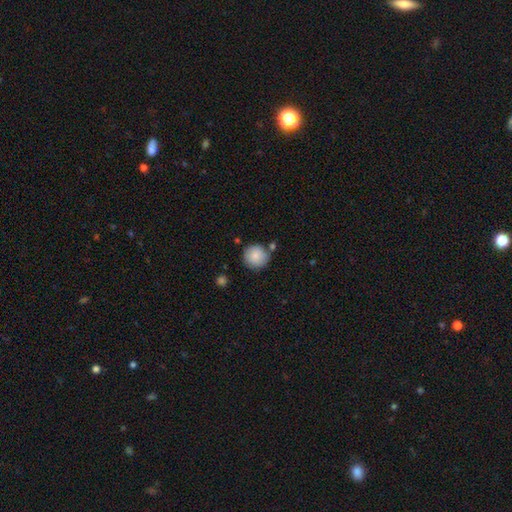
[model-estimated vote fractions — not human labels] This is clearly a smooth galaxy (86%). How rounded: clearly round (94%). Merging: likely none (78%).